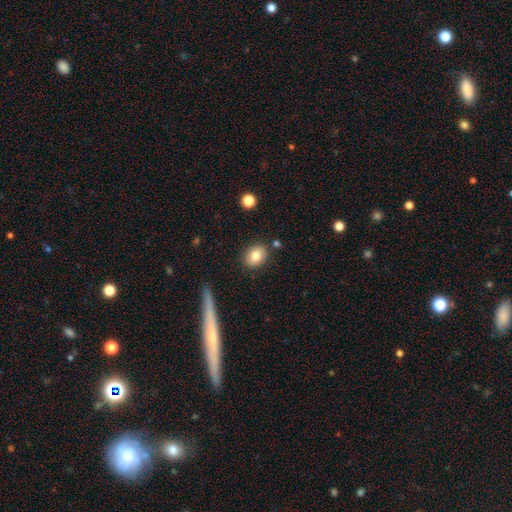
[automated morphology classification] Smooth or featured?
  - smooth: 80% *
  - featured or disk: 11%
  - star or artifact: 9%
How rounded?
  - round: 55% *
  - in between: 44%
  - cigar-shaped: 2%
Merging?
  - none: 85% *
  - minor disturbance: 9%
  - merger: 3%
  - major disturbance: 2%